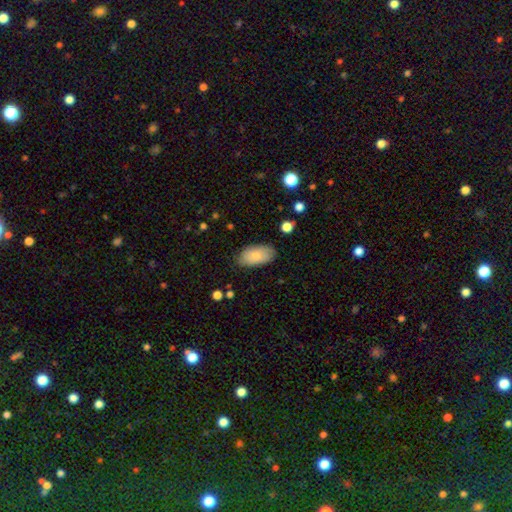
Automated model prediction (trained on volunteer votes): Smooth or featured?
  - smooth: 82% *
  - featured or disk: 12%
  - star or artifact: 6%
How rounded?
  - in between: 95% *
  - round: 3%
  - cigar-shaped: 2%
Merging?
  - none: 80% *
  - minor disturbance: 15%
  - major disturbance: 3%
  - merger: 1%